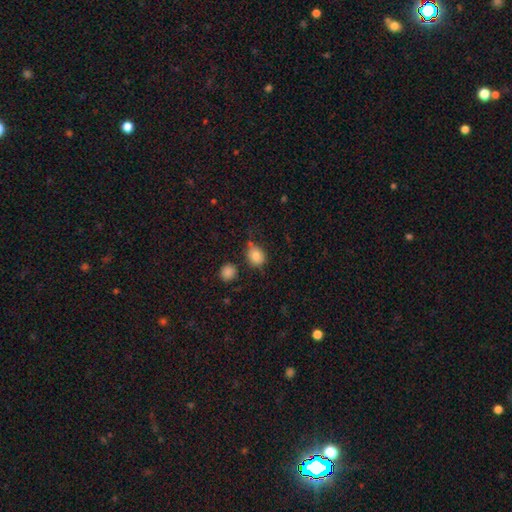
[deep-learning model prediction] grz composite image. It shows a smooth galaxy with no disk features (81%) that is round (69%). Merging: none (59%).